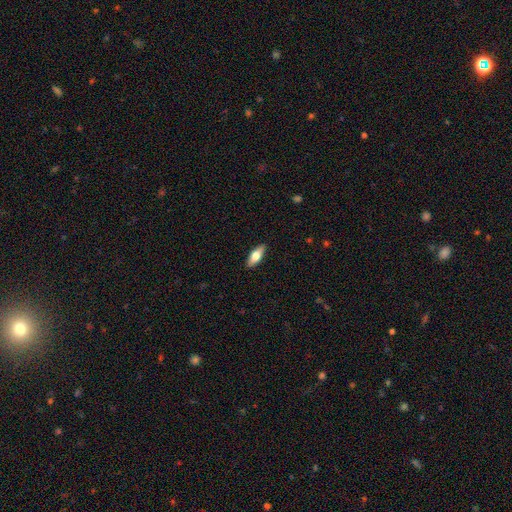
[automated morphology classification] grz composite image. It shows a smooth galaxy with no disk features (62%) that is in between round and cigar-shaped (66%). Merging: none (89%).